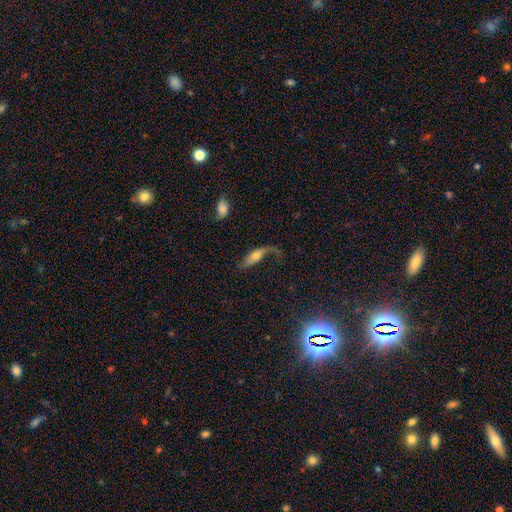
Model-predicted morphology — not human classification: A featured or disk galaxy (56%).

Vote fractions:
- Smooth or featured? featured or disk: 56% / smooth: 34% / star or artifact: 10%
- Edge-on disk? no: 72% / yes: 28%
- Merging? none: 38% / major disturbance: 36% / minor disturbance: 21% / merger: 5%